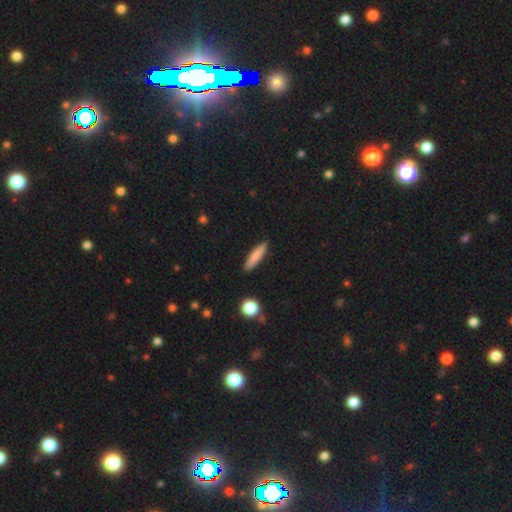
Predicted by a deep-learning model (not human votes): smooth 79%, featured or disk 14%, star or artifact 7%. Down the decision tree: how rounded — cigar-shaped (86%); merging — none (89%).